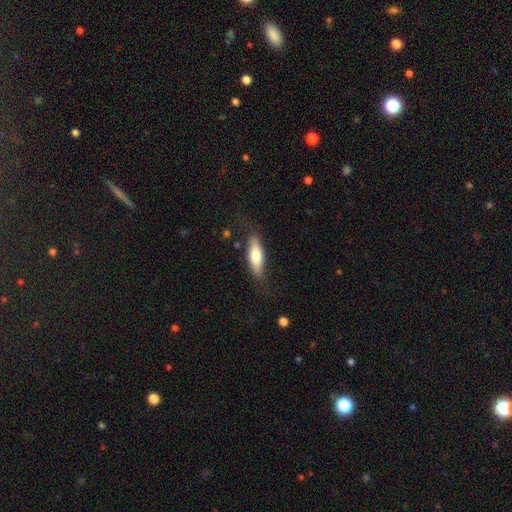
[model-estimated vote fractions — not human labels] Smooth or featured?
  - smooth: 69% *
  - featured or disk: 26%
  - star or artifact: 5%
How rounded?
  - in between: 52% *
  - cigar-shaped: 46%
  - round: 2%
Merging?
  - none: 73% *
  - minor disturbance: 19%
  - major disturbance: 6%
  - merger: 2%